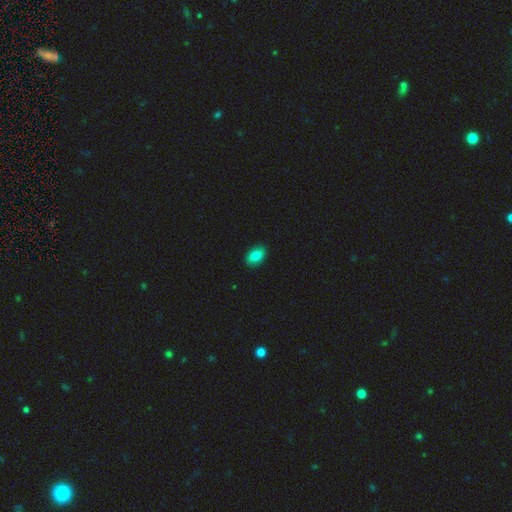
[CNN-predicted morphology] type=smooth (83%); roundness=in between (86%); merging=none (89%).